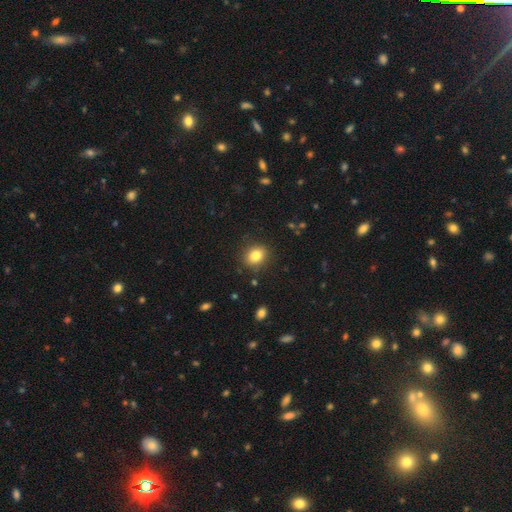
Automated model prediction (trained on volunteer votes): A smooth galaxy with no disk features (83%) that is round (60%). Merging: none (87%).